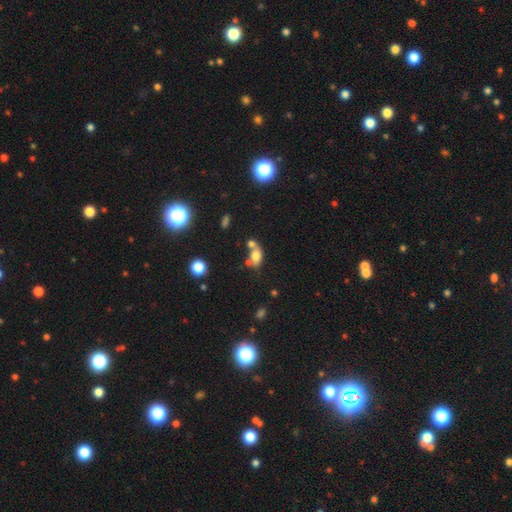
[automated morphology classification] A smooth galaxy with no disk features (71%) that is in between round and cigar-shaped (78%). Merging: merger (46%).